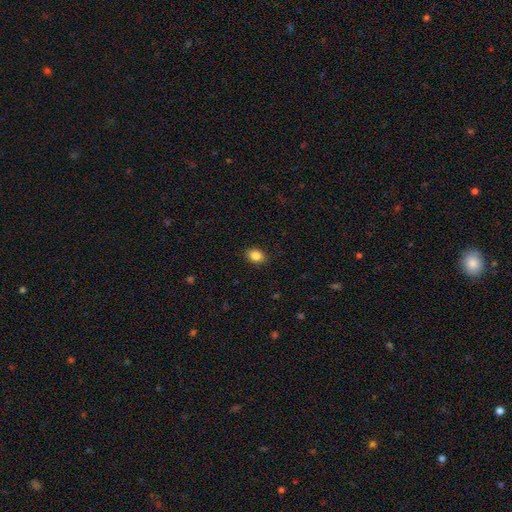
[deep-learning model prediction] Smooth or featured: smooth — 86% (star or artifact — 10%)
How rounded: in between — 60% (round — 39%)
Merging: none — 89% (minor disturbance — 8%)